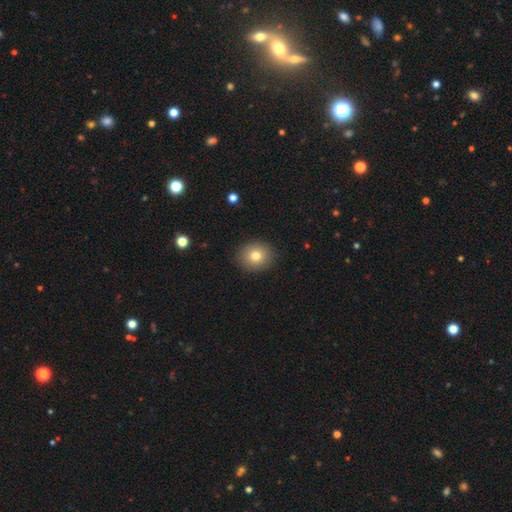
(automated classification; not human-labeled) A smooth galaxy with no disk features (78%) that is round (71%).

Vote fractions:
- Smooth or featured? smooth: 78% / featured or disk: 11% / star or artifact: 11%
- How rounded? round: 71% / in between: 28% / cigar-shaped: 1%
- Merging? none: 89% / minor disturbance: 8% / major disturbance: 2% / merger: 1%